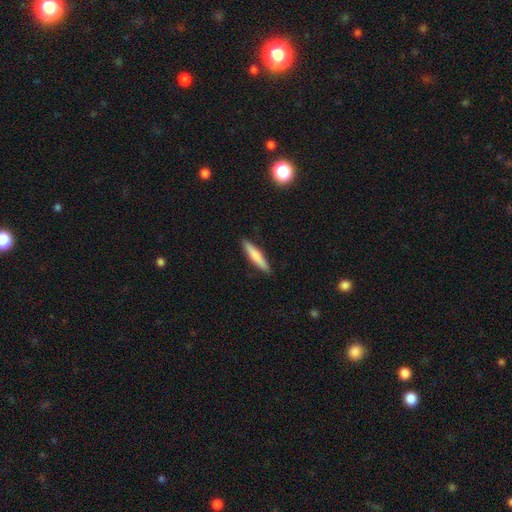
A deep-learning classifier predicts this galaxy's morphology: Smooth or featured? Predicted: smooth (p=0.74). How rounded? Predicted: cigar-shaped (p=0.90). Merging? Predicted: none (p=0.91).